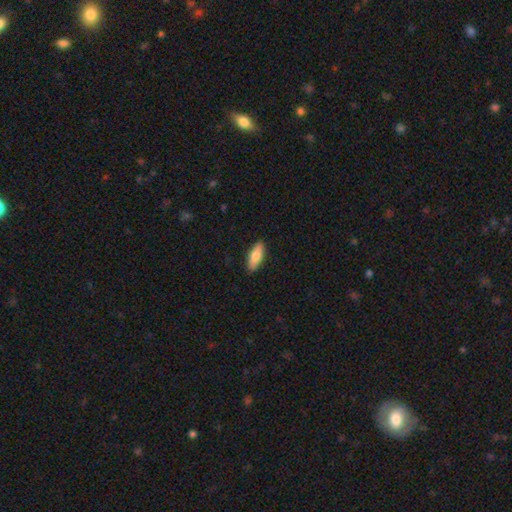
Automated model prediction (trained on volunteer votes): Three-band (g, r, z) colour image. It shows a smooth galaxy with no disk features (76%) that is in between round and cigar-shaped (69%). Merging: none (89%).